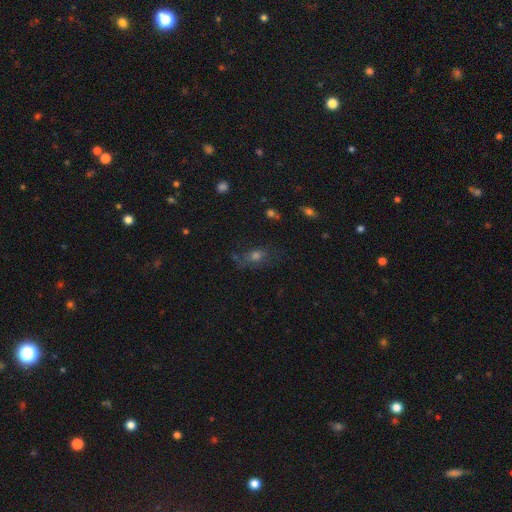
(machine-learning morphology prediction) Smooth or featured? smooth (53%)
How rounded? in between (69%)
Merging? none (61%)